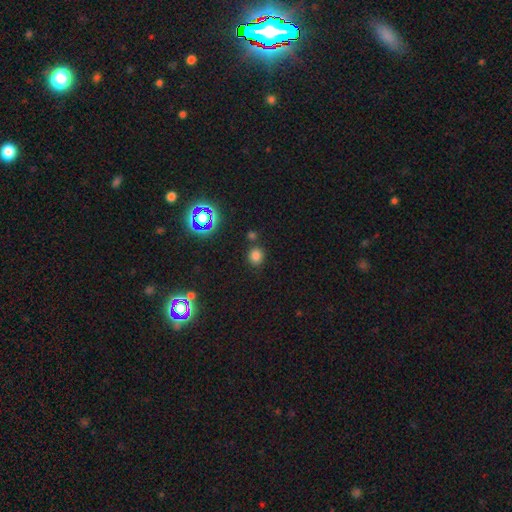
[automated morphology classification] Smooth or featured: smooth — 74% (star or artifact — 20%)
How rounded: round — 81% (in between — 18%)
Merging: none — 81% (minor disturbance — 9%)